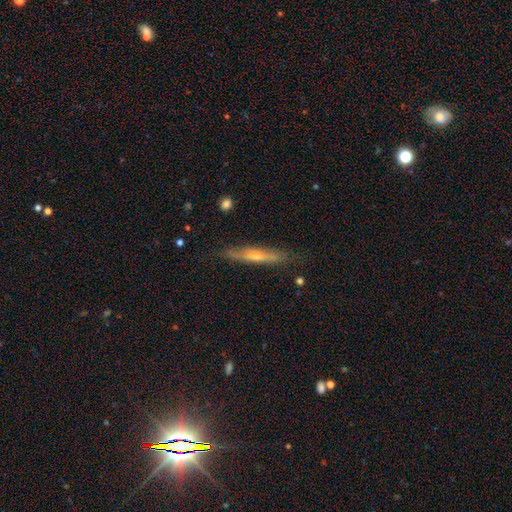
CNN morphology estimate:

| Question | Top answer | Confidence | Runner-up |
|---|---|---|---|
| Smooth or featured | featured or disk | 62% | smooth (32%) |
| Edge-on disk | yes | 90% | no (10%) |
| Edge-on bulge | rounded | 74% | none (21%) |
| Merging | none | 80% | minor disturbance (16%) |